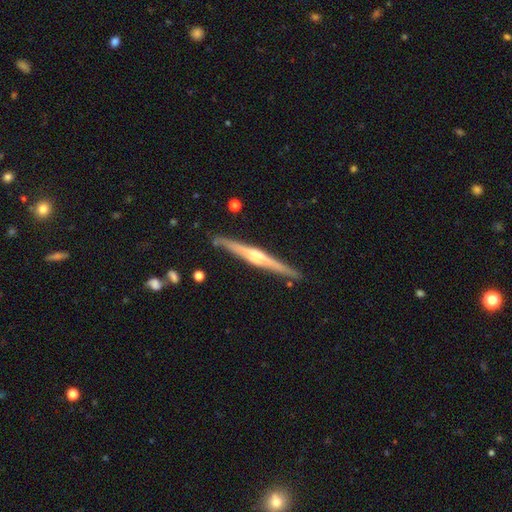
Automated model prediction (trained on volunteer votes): smooth-or-featured: featured or disk: 75% | smooth: 20% | star or artifact: 5%
  disk-edge-on: yes: 98% | no: 2%
    edge-on-bulge: rounded: 70% | boxy: 17% | none: 13%
  merging: none: 88% | minor disturbance: 8% | merger: 2% | major disturbance: 2%